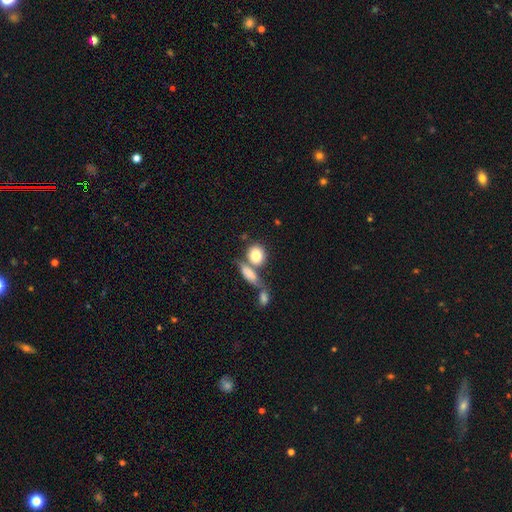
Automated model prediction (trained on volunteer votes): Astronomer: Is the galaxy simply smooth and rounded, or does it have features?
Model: smooth — 80%.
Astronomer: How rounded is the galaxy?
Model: round — 58% (runner-up: in between, 38%).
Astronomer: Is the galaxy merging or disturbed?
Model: none — 46% (runner-up: merger, 40%).